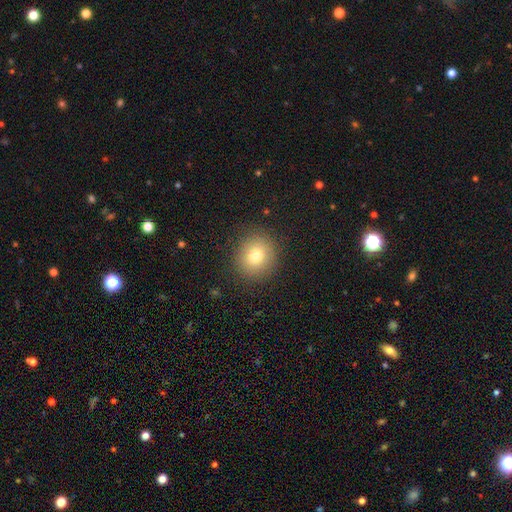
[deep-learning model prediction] This is likely a smooth galaxy (77%). How rounded: clearly round (86%). Merging: clearly none (88%).